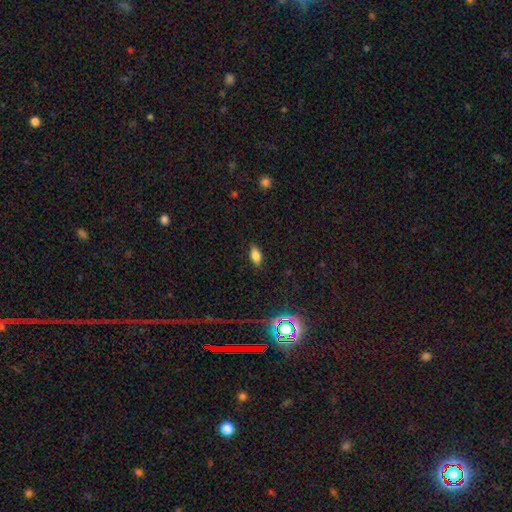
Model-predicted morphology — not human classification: This is likely a smooth galaxy (79%). How rounded: clearly in between (89%). Merging: clearly none (86%).